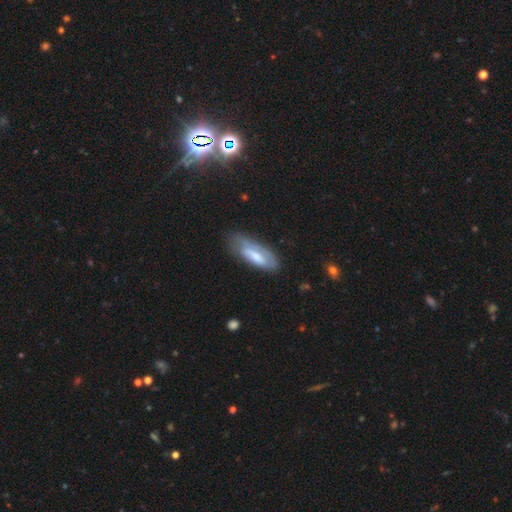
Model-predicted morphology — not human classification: This appears to be a smooth galaxy with no disk features (54%) that is in between round and cigar-shaped (65%). Merging: none (50%).